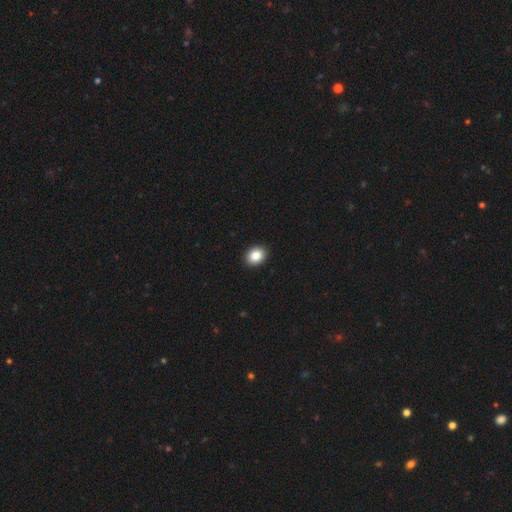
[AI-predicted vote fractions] A smooth galaxy with no disk features (87%) that is in between round and cigar-shaped (55%). Merging: none (92%).